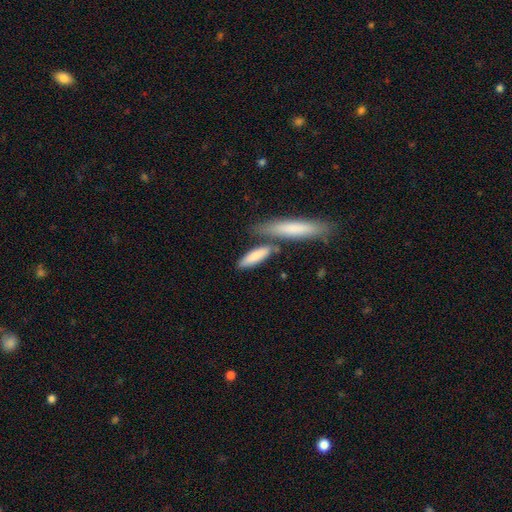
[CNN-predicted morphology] smooth_or_featured: smooth (p=0.80) [alt: featured or disk p=0.15]
how_rounded: cigar-shaped (p=0.63) [alt: in between p=0.35]
merging: none (p=0.60) [alt: merger p=0.22]